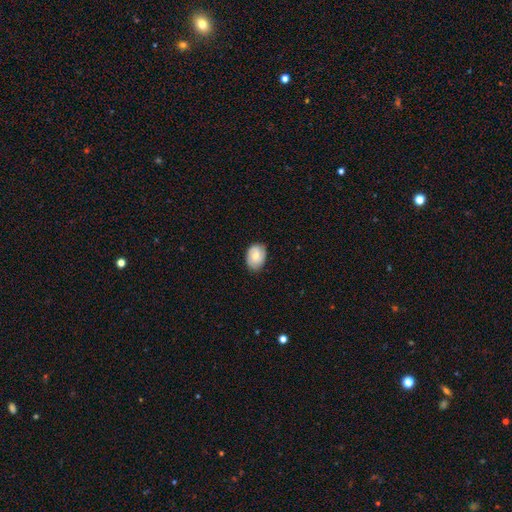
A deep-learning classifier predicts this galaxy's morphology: Q: Smooth or featured?
A: smooth (55%); runner-up: featured or disk (37%)
Q: How rounded?
A: in between (72%); runner-up: round (27%)
Q: Merging?
A: none (76%); runner-up: minor disturbance (19%)